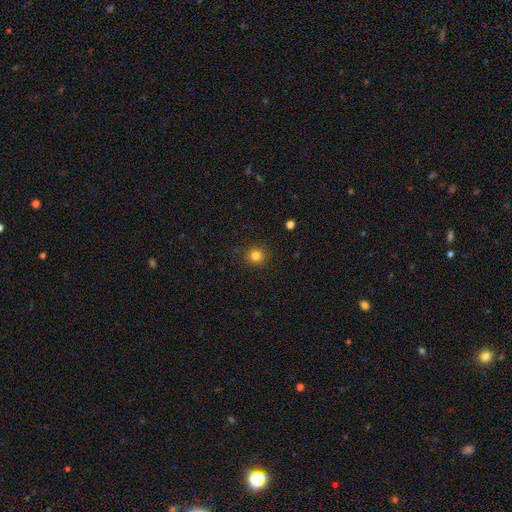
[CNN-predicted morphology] smooth 82%, star or artifact 13%, featured or disk 5%. Down the decision tree: how rounded — round (92%); merging — none (90%).